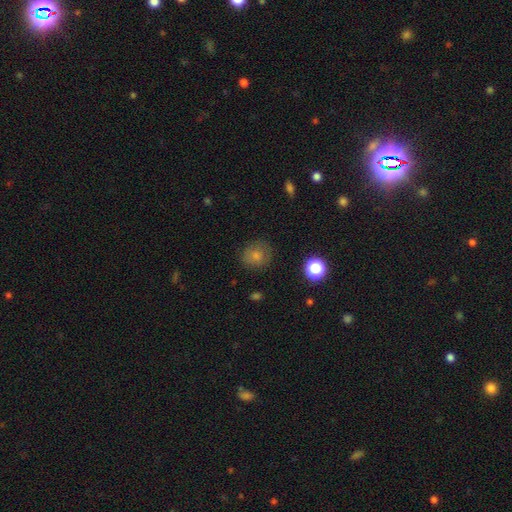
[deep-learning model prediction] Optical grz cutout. It shows a smooth galaxy with no disk features (76%) that is round (81%). Merging: none (76%).